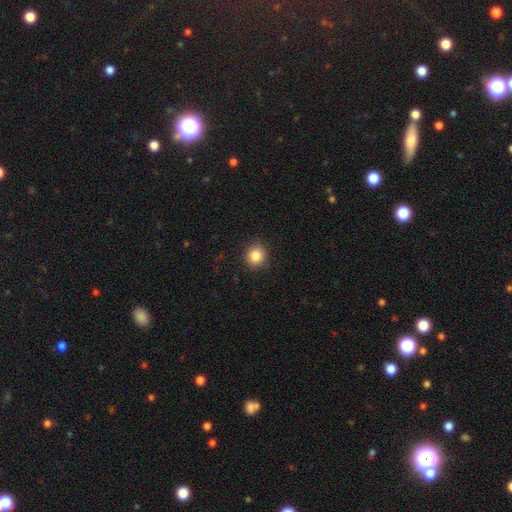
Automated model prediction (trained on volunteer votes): Morphology: type=smooth (85%); roundness=round (88%); merging=none (89%).